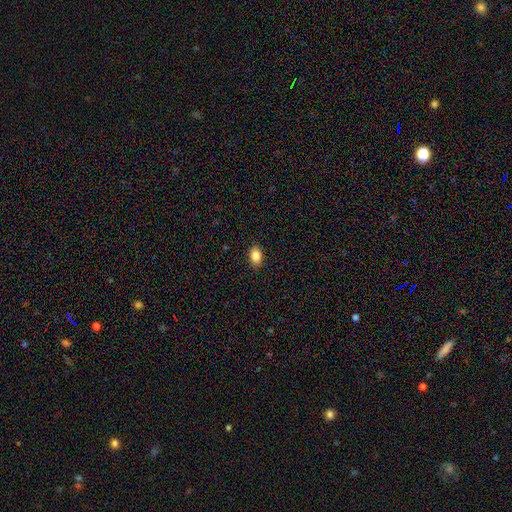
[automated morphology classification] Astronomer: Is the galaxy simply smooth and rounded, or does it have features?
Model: smooth — 85%.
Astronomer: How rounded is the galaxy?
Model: in between — 84%.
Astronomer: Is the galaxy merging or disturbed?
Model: none — 89%.